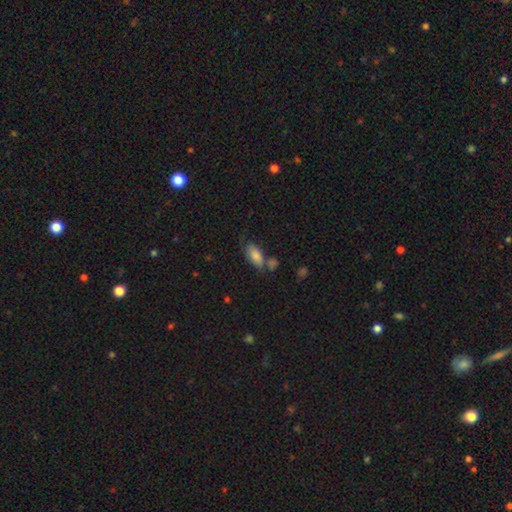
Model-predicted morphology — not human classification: This is clearly a smooth galaxy (80%). How rounded: clearly in between (89%). Merging: possibly none (52%).